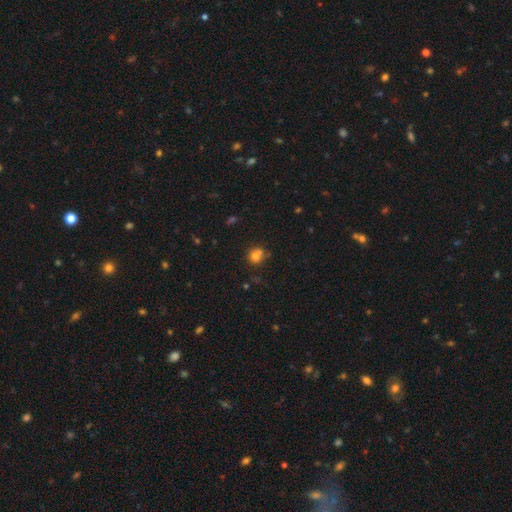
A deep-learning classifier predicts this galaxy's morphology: Q: Smooth or featured?
A: smooth (75%); runner-up: star or artifact (14%)
Q: How rounded?
A: round (80%); runner-up: in between (19%)
Q: Merging?
A: none (50%); runner-up: merger (30%)